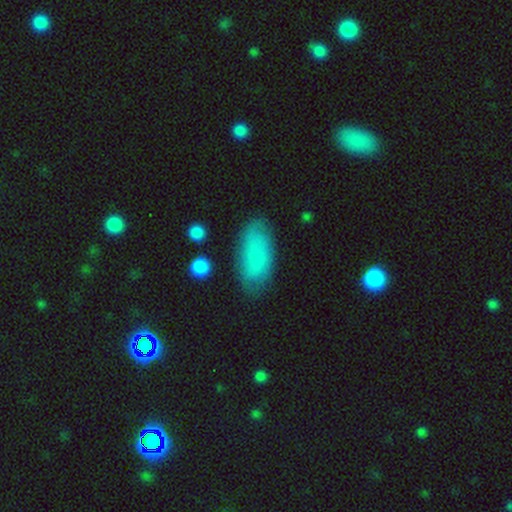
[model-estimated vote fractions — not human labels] Morphology: type=smooth (79%); roundness=in between (89%); merging=none (77%).